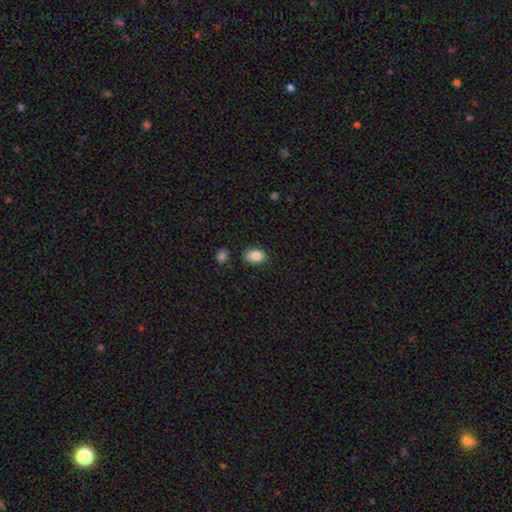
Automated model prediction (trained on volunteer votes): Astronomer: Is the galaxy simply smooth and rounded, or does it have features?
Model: smooth — 86%.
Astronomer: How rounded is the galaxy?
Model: in between — 83%.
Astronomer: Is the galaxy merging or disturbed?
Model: none — 80%.